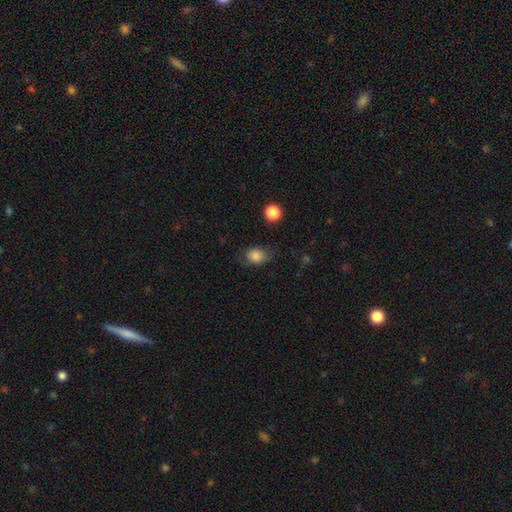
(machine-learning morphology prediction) Smooth or featured: smooth — 84% (star or artifact — 10%)
How rounded: in between — 60% (round — 39%)
Merging: none — 65% (minor disturbance — 24%)